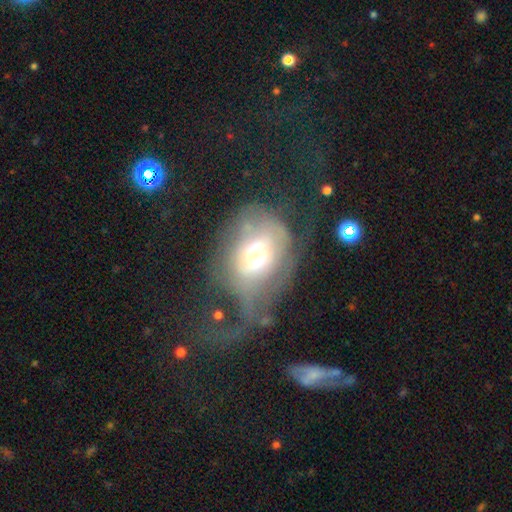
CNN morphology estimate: Smooth or featured? Predicted: featured or disk (p=0.47). Merging? Predicted: major disturbance (p=0.57).